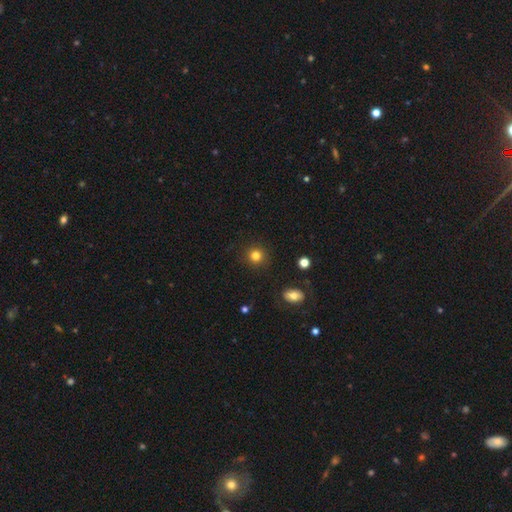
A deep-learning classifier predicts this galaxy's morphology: smooth 82%, star or artifact 13%, featured or disk 6%. Down the decision tree: how rounded — round (92%); merging — none (90%).